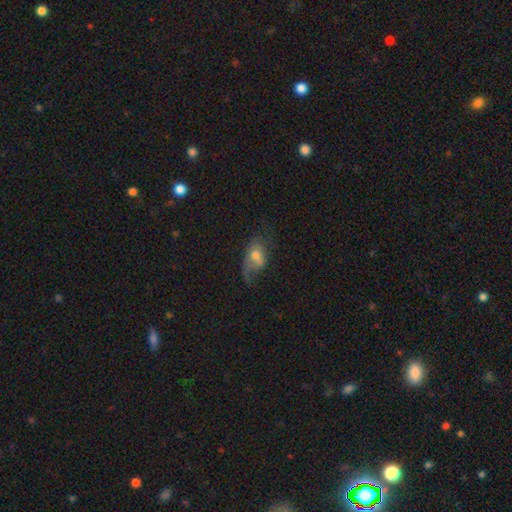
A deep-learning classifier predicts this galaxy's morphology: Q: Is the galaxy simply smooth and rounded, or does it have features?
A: smooth — 49%.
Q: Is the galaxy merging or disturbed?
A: none — 34%.